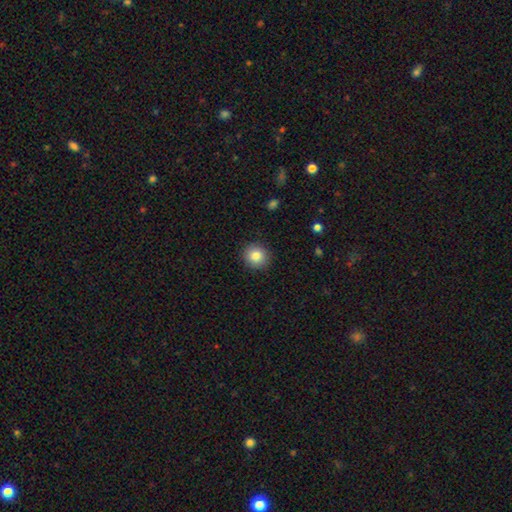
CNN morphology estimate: A smooth galaxy with no disk features (84%) that is round (90%). Merging: none (91%).